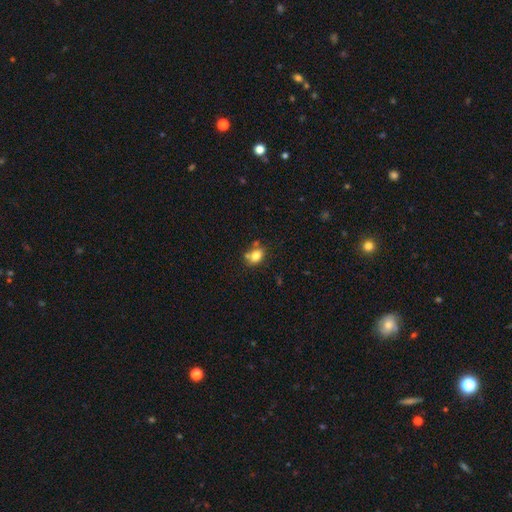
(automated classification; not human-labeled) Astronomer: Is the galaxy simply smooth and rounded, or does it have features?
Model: smooth — 79%.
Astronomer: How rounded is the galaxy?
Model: in between — 66%.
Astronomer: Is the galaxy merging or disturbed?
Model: none — 56%.